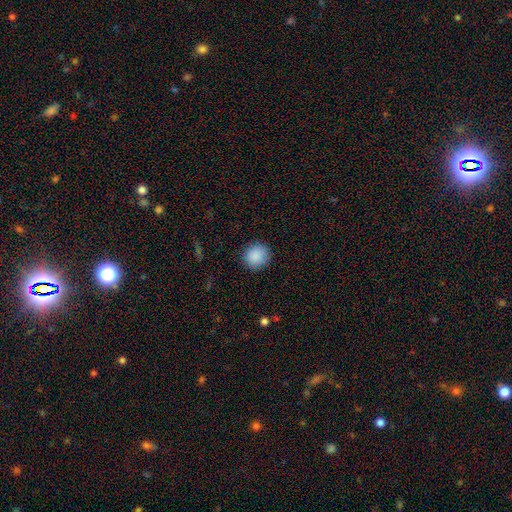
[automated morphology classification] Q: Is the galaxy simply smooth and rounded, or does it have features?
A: smooth — 89%.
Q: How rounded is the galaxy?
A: round — 91%.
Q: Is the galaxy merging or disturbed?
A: none — 90%.